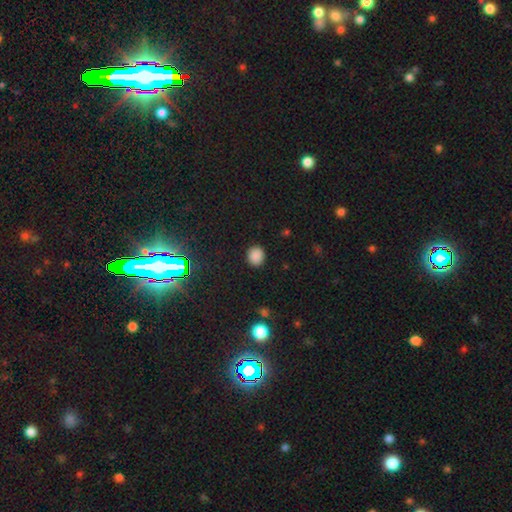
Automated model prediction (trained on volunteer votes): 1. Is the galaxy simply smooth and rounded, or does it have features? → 85% smooth, 12% star or artifact, 3% featured or disk.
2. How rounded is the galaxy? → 80% round, 19% in between, 1% cigar-shaped.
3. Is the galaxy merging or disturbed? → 90% none, 7% minor disturbance, 2% major disturbance, 1% merger.